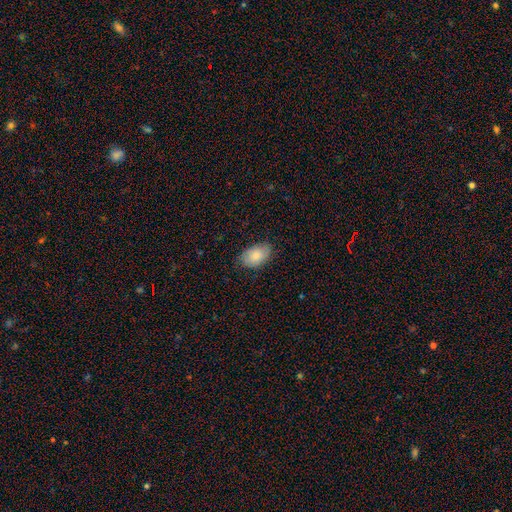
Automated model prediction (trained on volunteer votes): smooth-or-featured: smooth: 79% | featured or disk: 14% | star or artifact: 7%
  how-rounded: in between: 92% | round: 7% | cigar-shaped: 1%
  merging: none: 77% | minor disturbance: 18% | major disturbance: 3% | merger: 1%